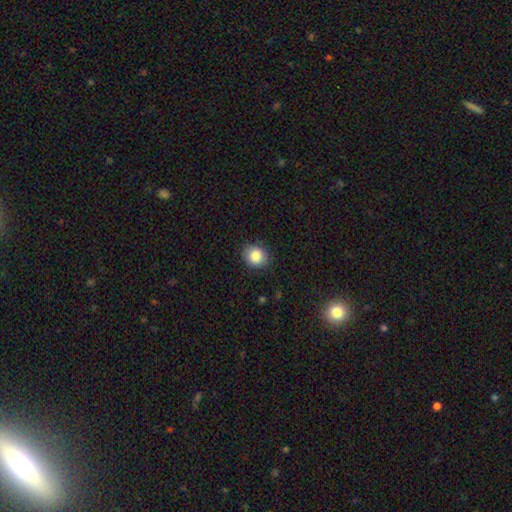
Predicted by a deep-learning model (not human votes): The model was most divided on "how rounded": round: 80%, in between: 19%, cigar-shaped: 1%. More confident: merging — none (87%); smooth or featured — smooth (86%).